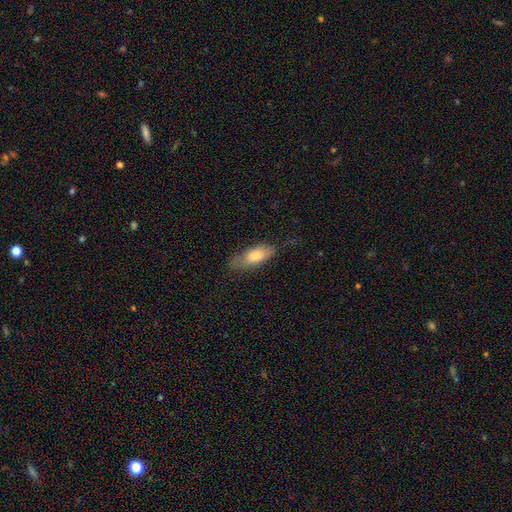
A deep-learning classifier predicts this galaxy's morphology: This is likely a smooth galaxy (72%). How rounded: likely in between (70%). Merging: likely none (65%).